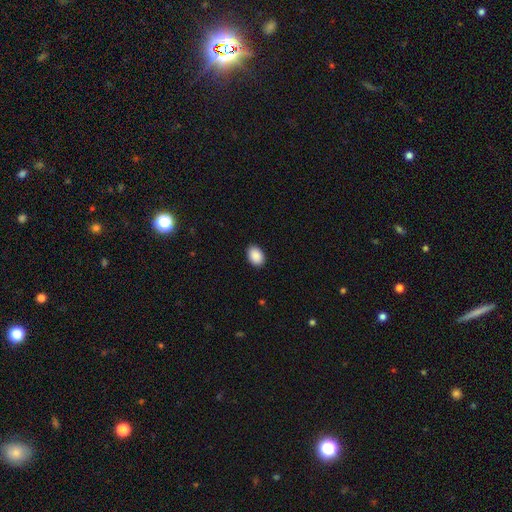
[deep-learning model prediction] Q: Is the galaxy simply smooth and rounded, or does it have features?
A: smooth — 90%.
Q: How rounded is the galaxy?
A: in between — 82%.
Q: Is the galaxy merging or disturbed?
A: none — 90%.